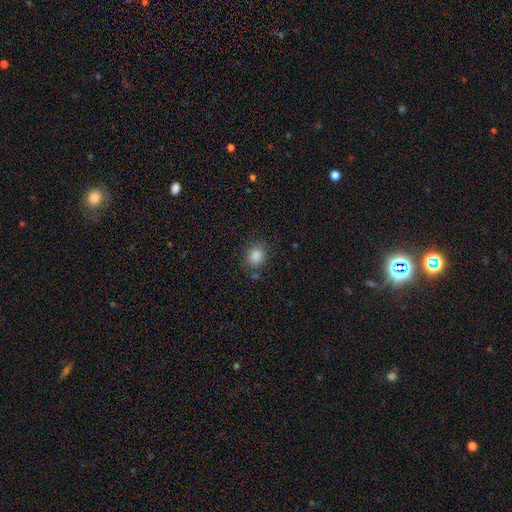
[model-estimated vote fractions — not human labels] Smooth or featured? Predicted: smooth (p=0.85). How rounded? Predicted: round (p=0.64). Merging? Predicted: none (p=0.81).